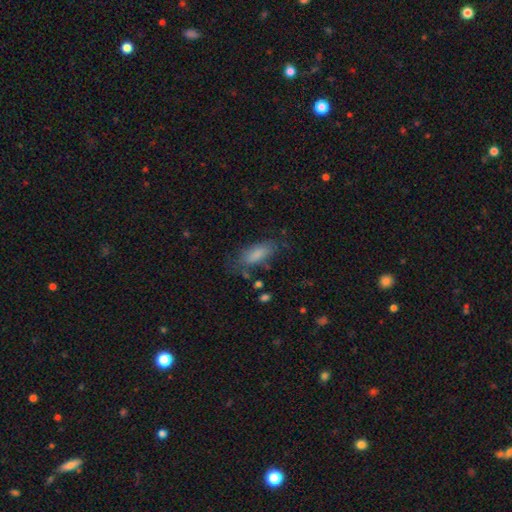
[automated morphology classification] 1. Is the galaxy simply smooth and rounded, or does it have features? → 46% smooth, 28% star or artifact, 26% featured or disk.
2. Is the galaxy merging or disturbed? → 74% none, 15% minor disturbance, 7% major disturbance, 4% merger.